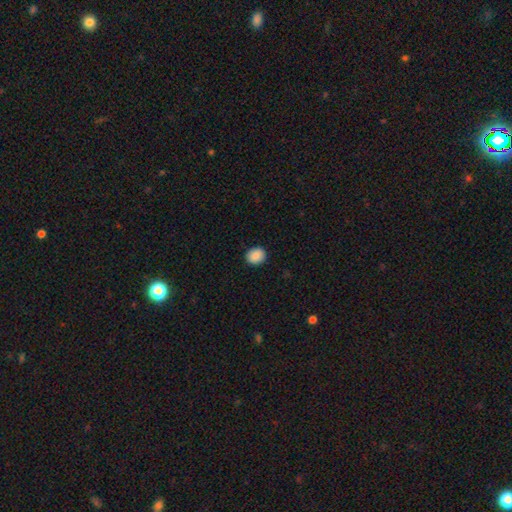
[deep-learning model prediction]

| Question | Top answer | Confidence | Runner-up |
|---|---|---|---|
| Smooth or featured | smooth | 89% | star or artifact (8%) |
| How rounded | round | 68% | in between (31%) |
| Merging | none | 91% | minor disturbance (7%) |